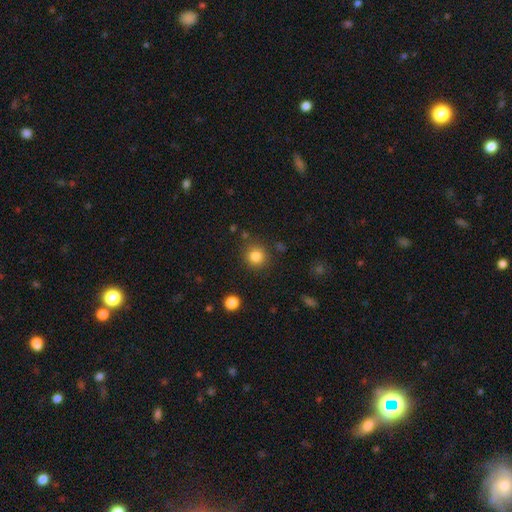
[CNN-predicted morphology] Q: Smooth or featured?
A: smooth (82%); runner-up: star or artifact (12%)
Q: How rounded?
A: round (91%); runner-up: in between (8%)
Q: Merging?
A: none (85%); runner-up: minor disturbance (9%)